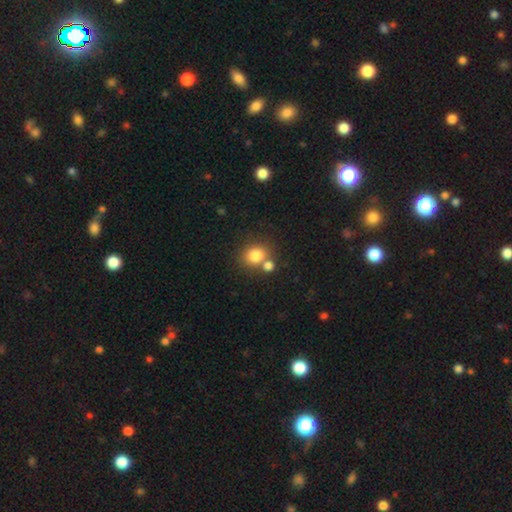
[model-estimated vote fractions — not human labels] A smooth galaxy with no disk features (81%) that is round (73%). Merging: none (58%).